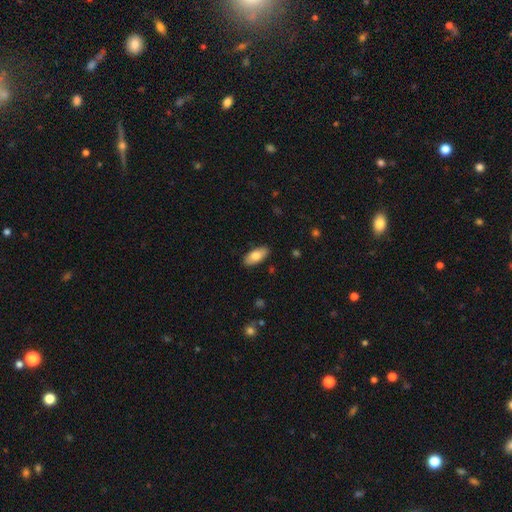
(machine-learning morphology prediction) The model was most divided on "smooth or featured": smooth: 77%, featured or disk: 17%, star or artifact: 6%. More confident: how rounded — in between (90%); merging — none (88%).